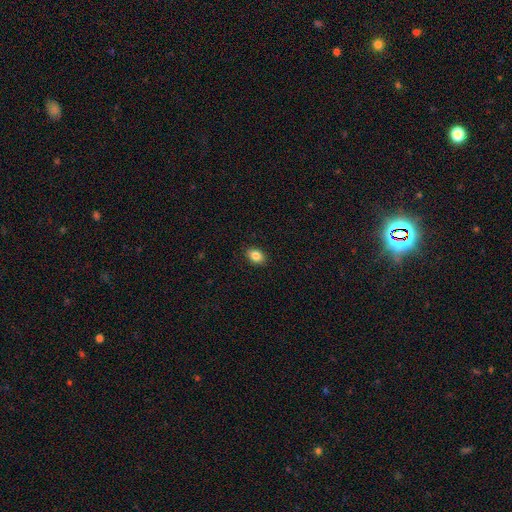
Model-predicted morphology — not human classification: A smooth galaxy with no disk features (86%) that is in between round and cigar-shaped (76%).

Vote fractions:
- Smooth or featured? smooth: 86% / star or artifact: 9% / featured or disk: 5%
- How rounded? in between: 76% / round: 23% / cigar-shaped: 1%
- Merging? none: 90% / minor disturbance: 8% / major disturbance: 2% / merger: 1%